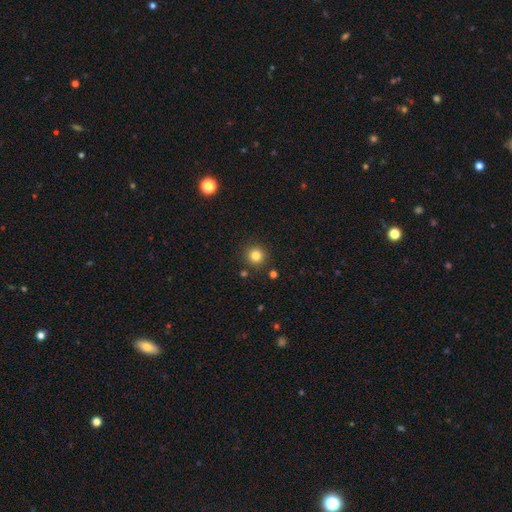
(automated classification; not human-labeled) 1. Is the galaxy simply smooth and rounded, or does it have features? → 83% smooth, 12% star or artifact, 5% featured or disk.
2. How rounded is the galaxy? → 95% round, 5% in between, 1% cigar-shaped.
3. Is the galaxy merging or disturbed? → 88% none, 6% minor disturbance, 3% merger, 2% major disturbance.